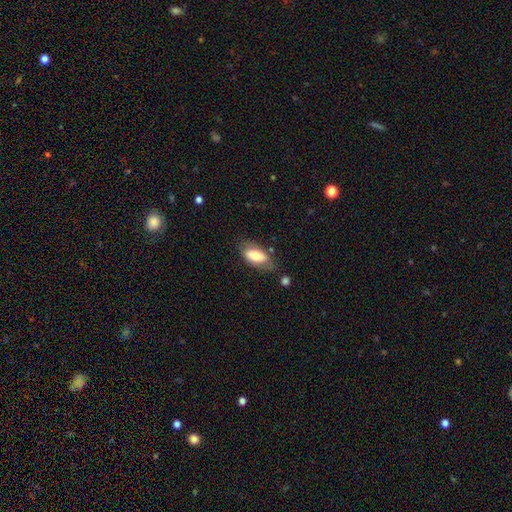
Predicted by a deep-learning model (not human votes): Morphology: type=smooth (72%); roundness=in between (89%); merging=none (65%).